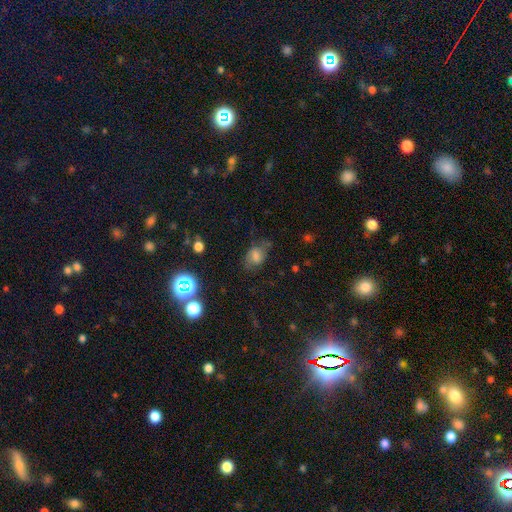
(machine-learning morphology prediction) smooth 62%, featured or disk 23%, star or artifact 15%. Down the decision tree: how rounded — in between (72%); merging — none (57%).